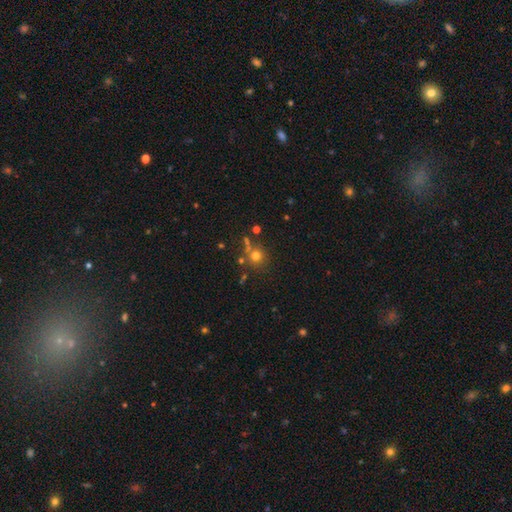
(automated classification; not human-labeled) Overall: smooth (69%). How rounded: round (91%). Merging: none (68%).